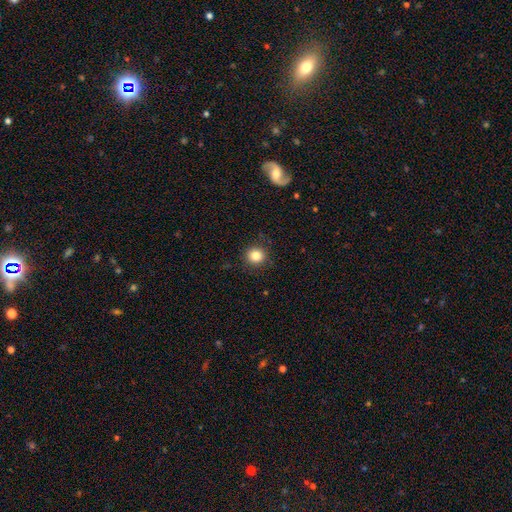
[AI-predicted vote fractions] A smooth galaxy with no disk features (84%) that is round (93%). Merging: none (90%).